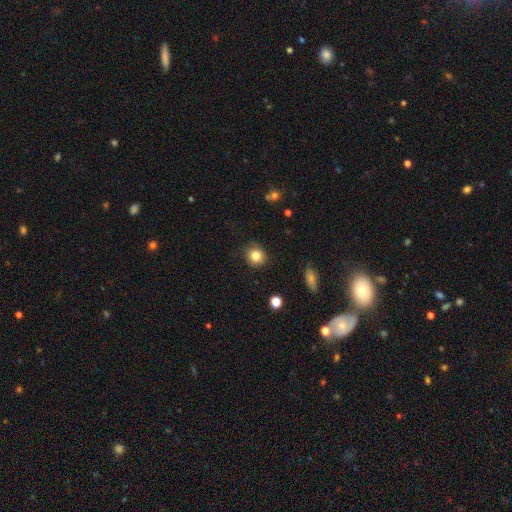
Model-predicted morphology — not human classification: A smooth galaxy with no disk features (83%) that is round (87%).

Vote fractions:
- Smooth or featured? smooth: 83% / star or artifact: 10% / featured or disk: 6%
- How rounded? round: 87% / in between: 12% / cigar-shaped: 1%
- Merging? none: 88% / minor disturbance: 9% / major disturbance: 2% / merger: 1%